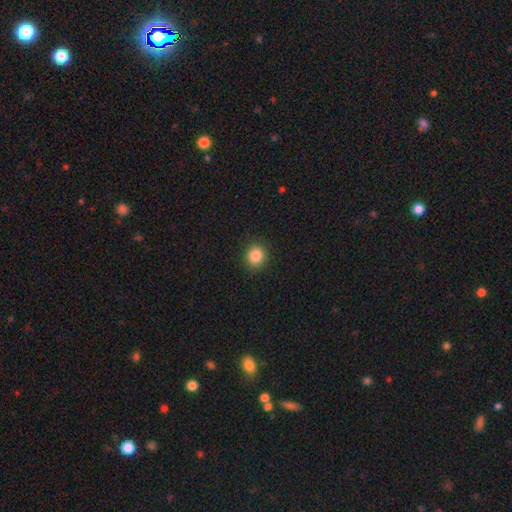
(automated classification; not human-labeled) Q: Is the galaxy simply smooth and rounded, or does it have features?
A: smooth — 85%.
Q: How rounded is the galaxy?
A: round — 84%.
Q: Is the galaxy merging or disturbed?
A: none — 91%.